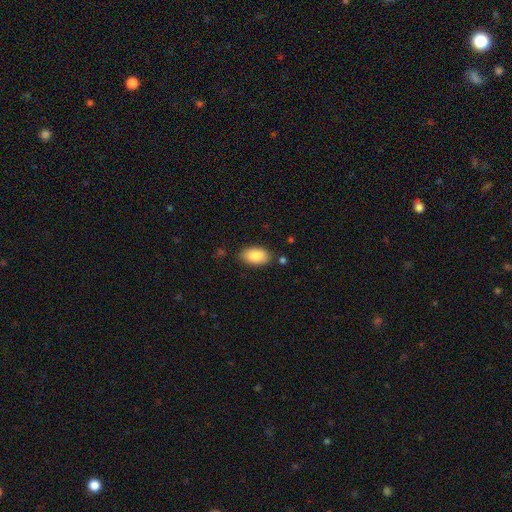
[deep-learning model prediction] This is clearly a smooth galaxy (86%). How rounded: clearly in between (94%). Merging: clearly none (83%).